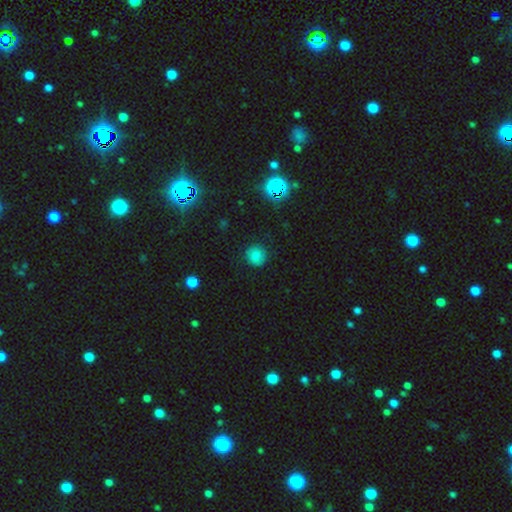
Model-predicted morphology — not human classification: Overall: smooth (77%). How rounded: round (89%). Merging: none (85%).